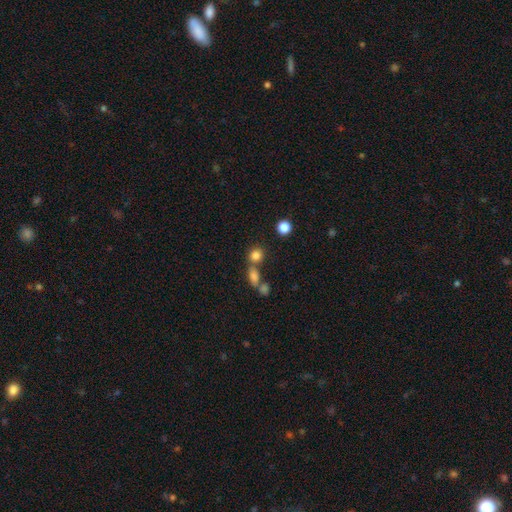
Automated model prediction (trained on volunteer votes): Q: Smooth or featured?
A: smooth (80%); runner-up: star or artifact (13%)
Q: How rounded?
A: round (75%); runner-up: in between (24%)
Q: Merging?
A: none (56%); runner-up: merger (30%)